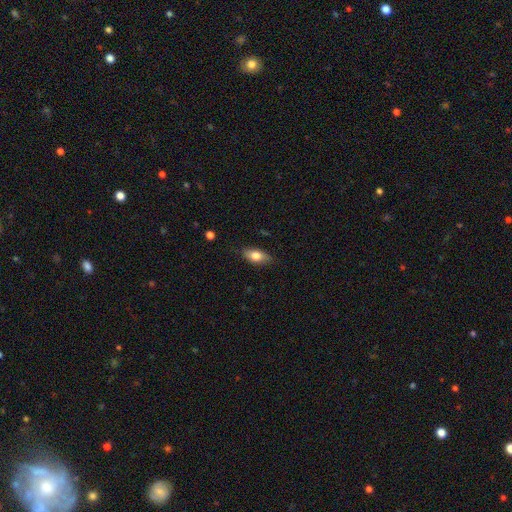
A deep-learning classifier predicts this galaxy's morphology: smooth 76%, featured or disk 17%, star or artifact 7%. Down the decision tree: how rounded — in between (86%); merging — none (80%).